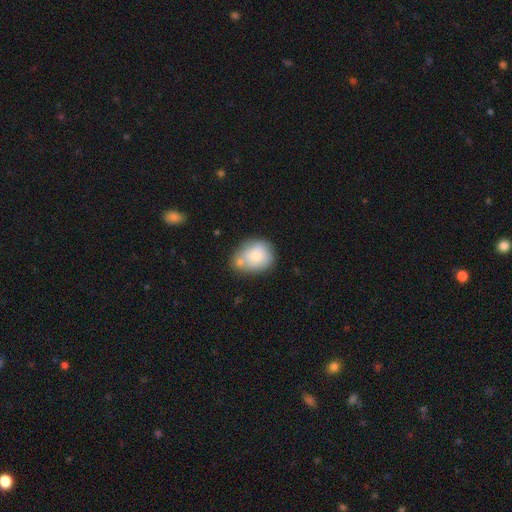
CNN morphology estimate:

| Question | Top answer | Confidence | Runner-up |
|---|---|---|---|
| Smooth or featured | smooth | 75% | featured or disk (17%) |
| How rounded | round | 54% | in between (45%) |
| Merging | none | 44% | merger (28%) |